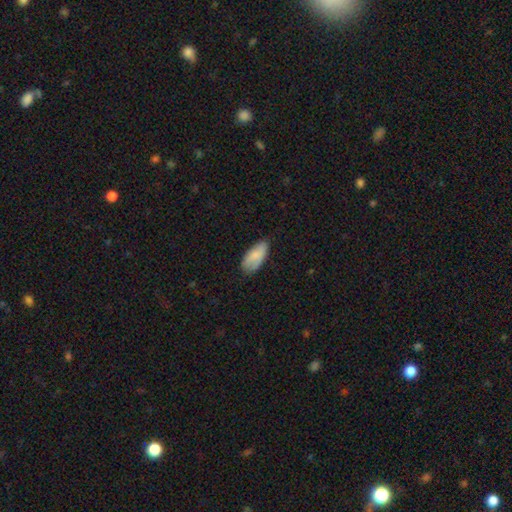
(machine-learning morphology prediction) Smooth or featured?
  - smooth: 80% *
  - featured or disk: 14%
  - star or artifact: 6%
How rounded?
  - in between: 91% *
  - cigar-shaped: 7%
  - round: 2%
Merging?
  - none: 69% *
  - minor disturbance: 25%
  - major disturbance: 5%
  - merger: 1%